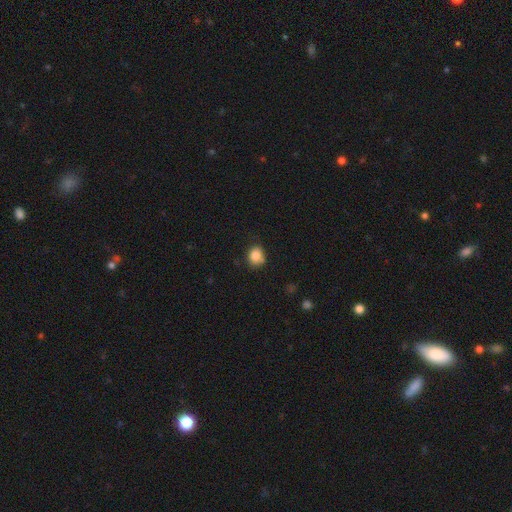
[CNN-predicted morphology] smooth_or_featured: smooth (p=0.83) [alt: star or artifact p=0.10]
how_rounded: round (p=0.70) [alt: in between p=0.29]
merging: none (p=0.68) [alt: minor disturbance p=0.20]